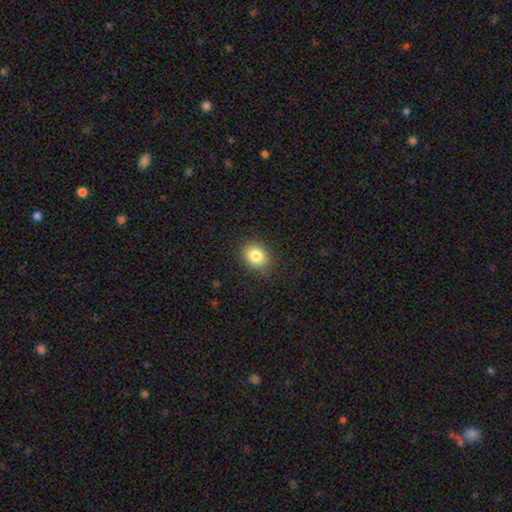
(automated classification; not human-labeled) This is clearly a smooth galaxy (83%). How rounded: likely round (64%). Merging: clearly none (84%).